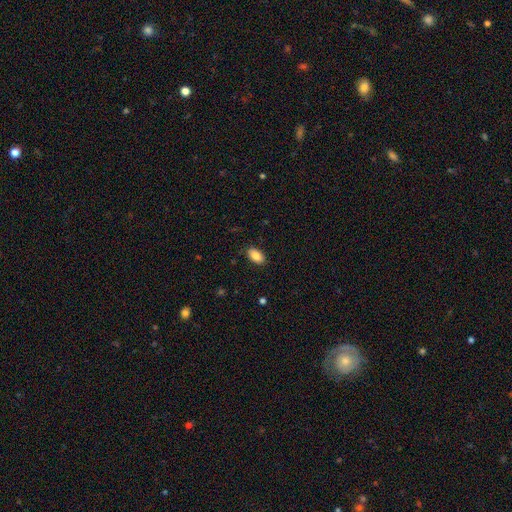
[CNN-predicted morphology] smooth 86%, star or artifact 7%, featured or disk 6%. Down the decision tree: how rounded — in between (93%); merging — none (88%).